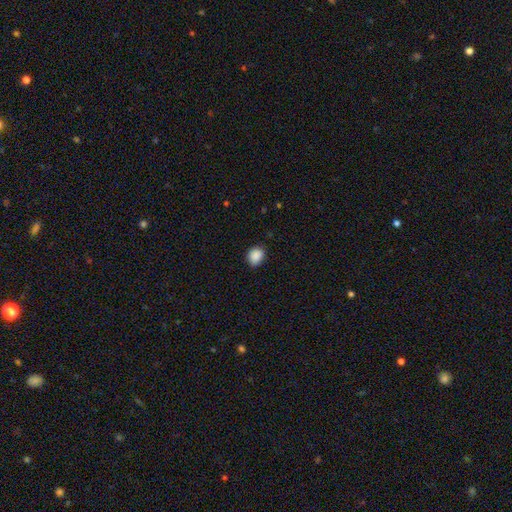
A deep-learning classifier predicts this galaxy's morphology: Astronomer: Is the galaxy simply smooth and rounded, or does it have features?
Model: smooth — 89%.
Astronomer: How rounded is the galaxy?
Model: in between — 52% (runner-up: round, 47%).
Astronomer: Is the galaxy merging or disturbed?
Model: none — 81%.